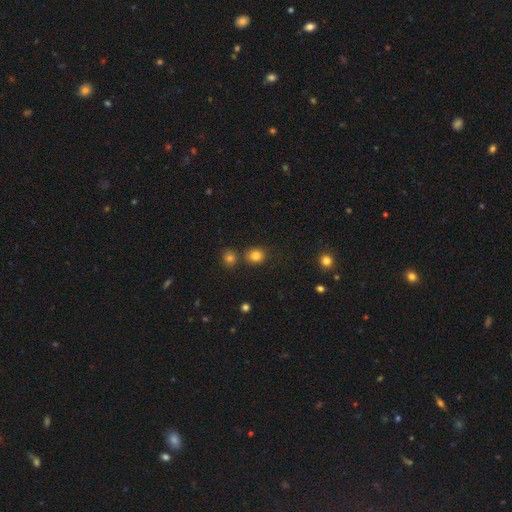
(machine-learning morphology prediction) smooth 82%, star or artifact 13%, featured or disk 5%. Down the decision tree: how rounded — round (78%); merging — none (77%).